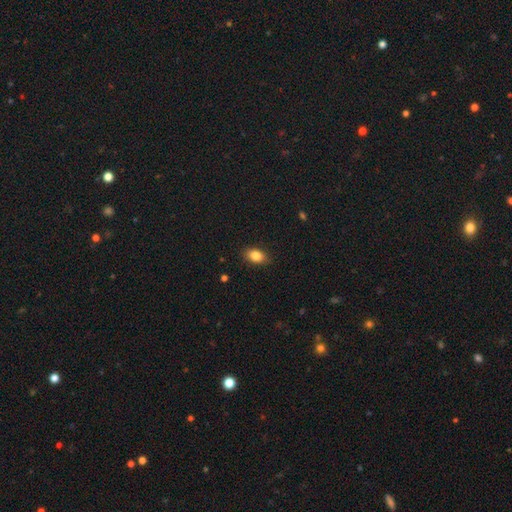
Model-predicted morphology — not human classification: The model was most divided on "how rounded": in between: 82%, round: 16%, cigar-shaped: 2%. More confident: merging — none (87%); smooth or featured — smooth (84%).